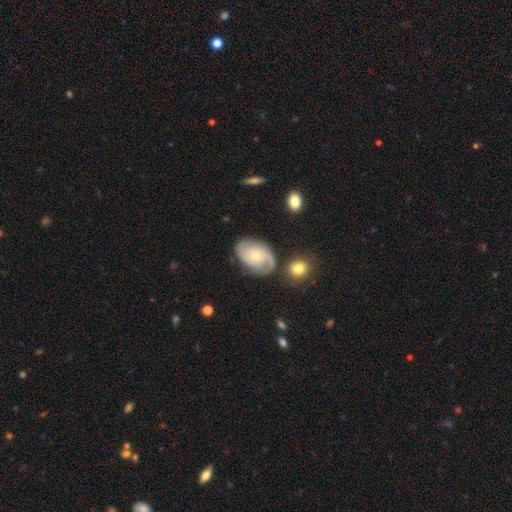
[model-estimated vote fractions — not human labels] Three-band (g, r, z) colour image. It shows a featured or disk galaxy (73%) with no bar (75%), 2 (60%) tight (46%) spiral arms (91%) and a small central bulge (60%). Merging: none (70%).